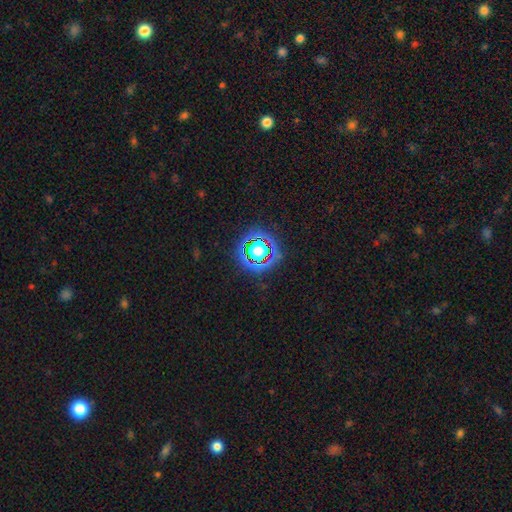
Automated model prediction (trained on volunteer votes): Q: Smooth or featured?
A: star or artifact (78%); runner-up: smooth (14%)